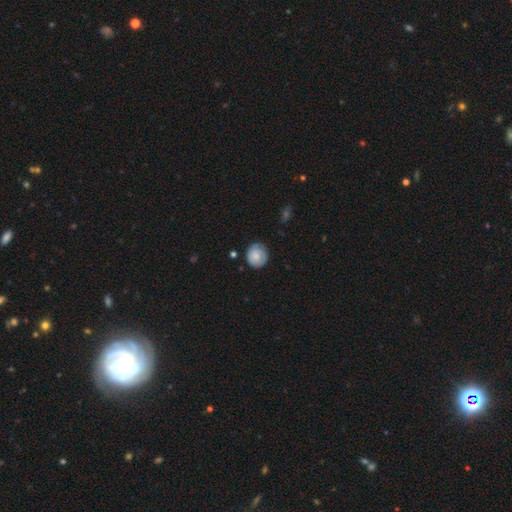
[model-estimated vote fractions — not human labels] Q: Smooth or featured?
A: smooth (77%); runner-up: featured or disk (16%)
Q: How rounded?
A: round (88%); runner-up: in between (11%)
Q: Merging?
A: none (80%); runner-up: minor disturbance (16%)